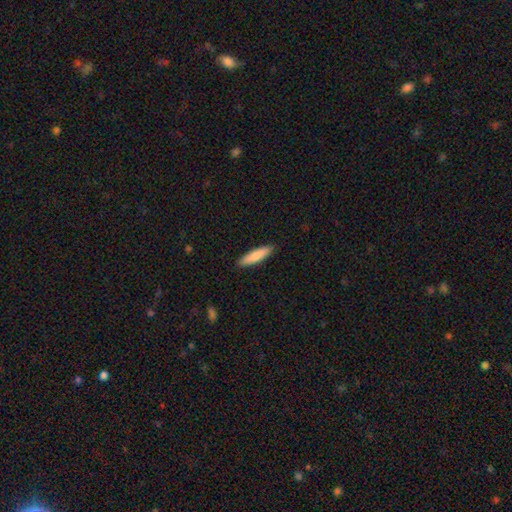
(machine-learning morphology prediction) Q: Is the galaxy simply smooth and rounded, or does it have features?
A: smooth — 83%.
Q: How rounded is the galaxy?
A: cigar-shaped — 78%.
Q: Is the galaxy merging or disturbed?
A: none — 90%.